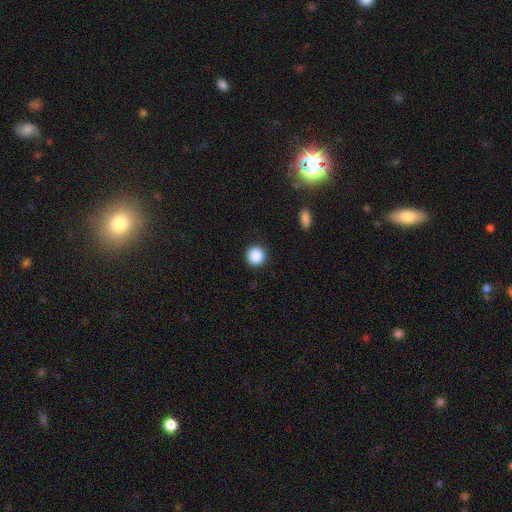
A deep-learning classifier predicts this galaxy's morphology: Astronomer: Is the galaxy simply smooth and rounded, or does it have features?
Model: smooth — 89%.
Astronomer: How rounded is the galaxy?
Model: round — 95%.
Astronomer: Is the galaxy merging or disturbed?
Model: none — 92%.